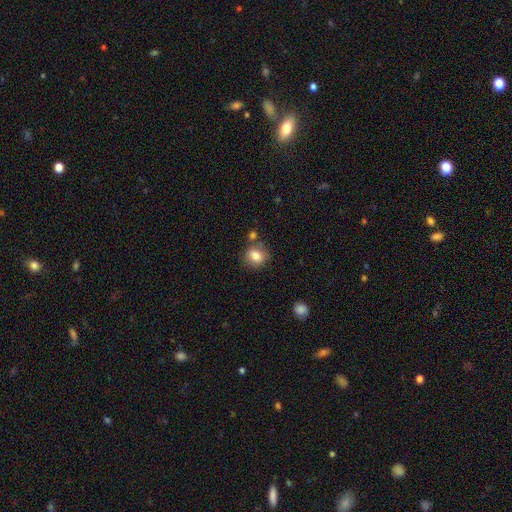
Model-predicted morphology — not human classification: A smooth galaxy with no disk features (82%) that is round (75%). Merging: none (73%).